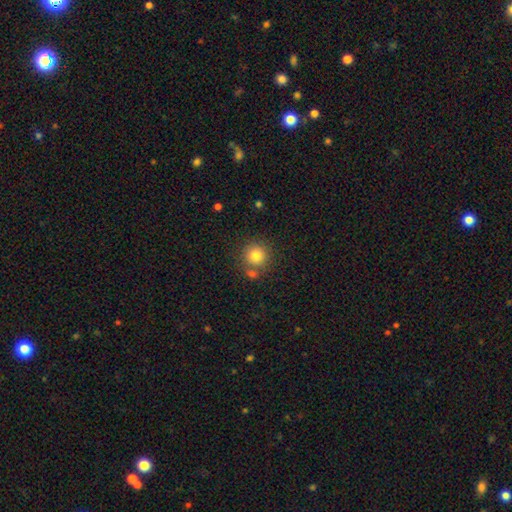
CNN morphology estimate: type=smooth (81%); roundness=round (94%); merging=none (72%).